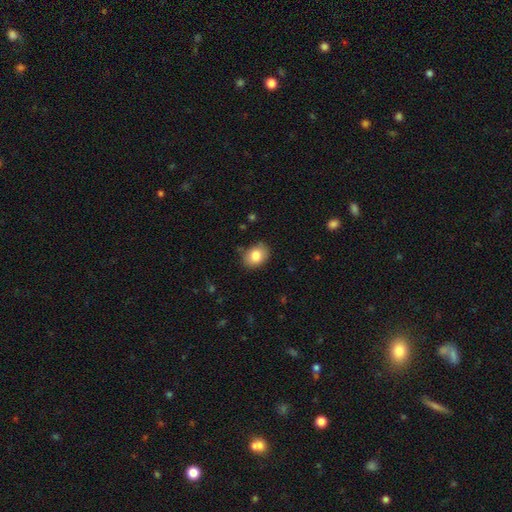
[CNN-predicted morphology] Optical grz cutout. It shows a smooth galaxy with no disk features (83%) that is in between round and cigar-shaped (62%). Merging: none (78%).